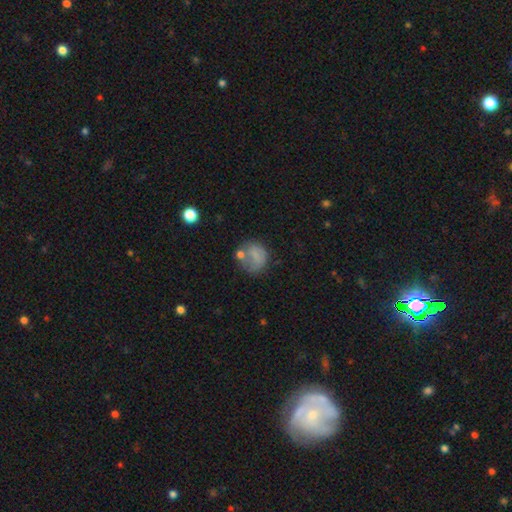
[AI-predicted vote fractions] smooth-or-featured: smooth: 70% | featured or disk: 18% | star or artifact: 12%
  how-rounded: round: 75% | in between: 24% | cigar-shaped: 1%
  merging: none: 48% | minor disturbance: 23% | major disturbance: 17% | merger: 12%